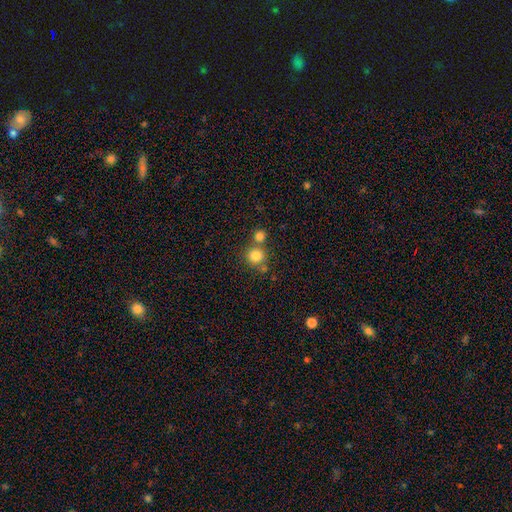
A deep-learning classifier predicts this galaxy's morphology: Smooth or featured: smooth — 81% (star or artifact — 12%)
How rounded: round — 91% (in between — 8%)
Merging: none — 61% (merger — 29%)